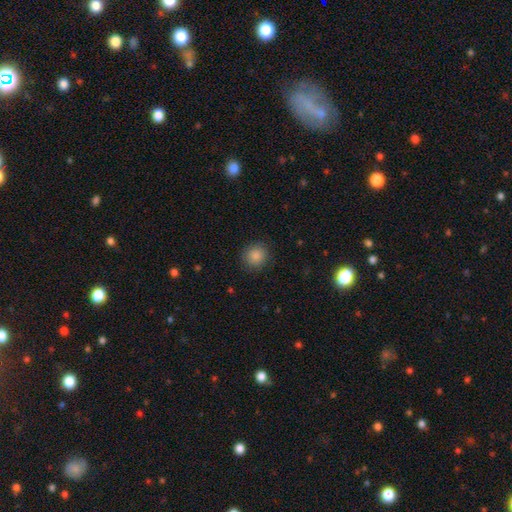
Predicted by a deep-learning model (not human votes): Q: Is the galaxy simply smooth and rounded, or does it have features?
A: smooth — 86%.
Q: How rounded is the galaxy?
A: round — 86%.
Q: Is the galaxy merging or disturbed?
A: none — 88%.